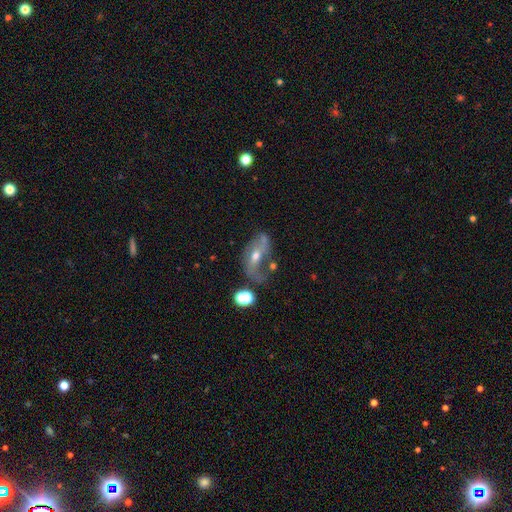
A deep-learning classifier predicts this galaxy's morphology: This is likely a featured or disk galaxy (70%). It is clearly not viewed edge-on (89%). Bar: marginally no (44%). Spiral arm pattern: likely yes (77%). Central bulge: possibly moderate (57%). Merging: marginally none (44%).